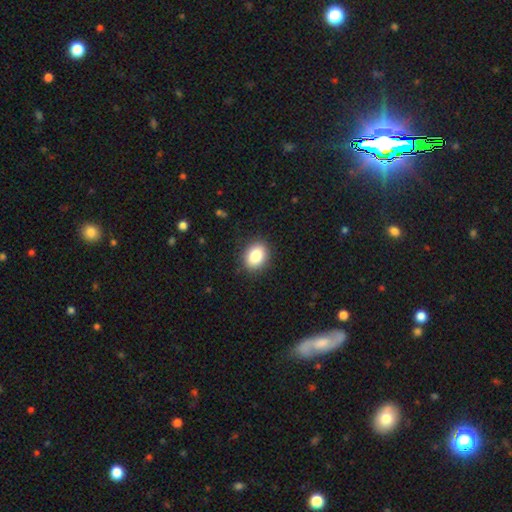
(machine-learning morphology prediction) A smooth galaxy with no disk features (85%) that is in between round and cigar-shaped (67%).

Vote fractions:
- Smooth or featured? smooth: 85% / star or artifact: 8% / featured or disk: 6%
- How rounded? in between: 67% / round: 32% / cigar-shaped: 1%
- Merging? none: 88% / minor disturbance: 9% / major disturbance: 2% / merger: 1%